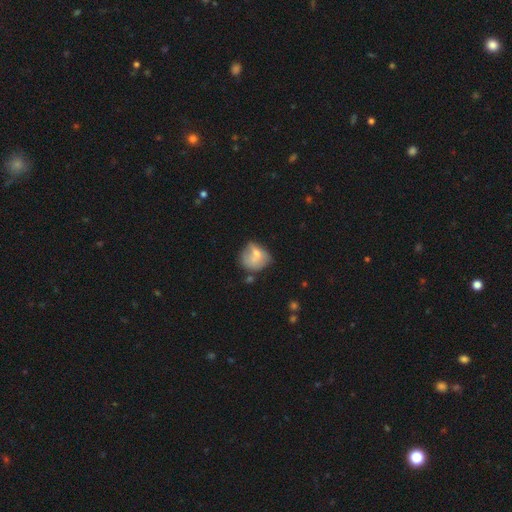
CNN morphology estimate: type=smooth (60%); roundness=round (63%); merging=none (39%).